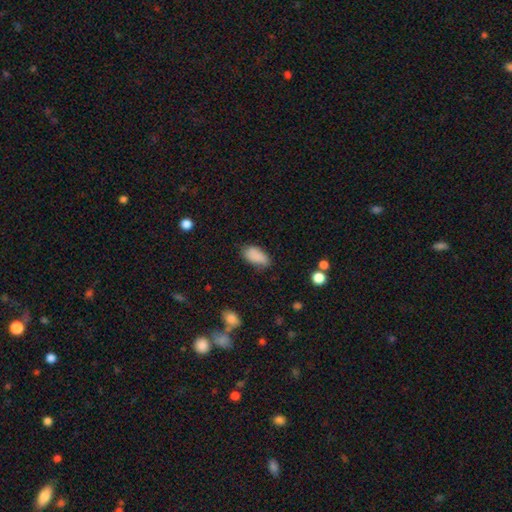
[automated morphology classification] Overall: smooth (87%). How rounded: in between (92%). Merging: none (68%).